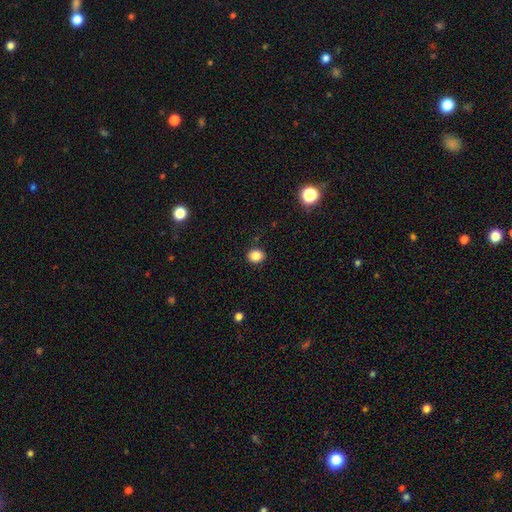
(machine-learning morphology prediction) Smooth or featured? Predicted: smooth (p=0.85). How rounded? Predicted: round (p=0.68). Merging? Predicted: none (p=0.88).